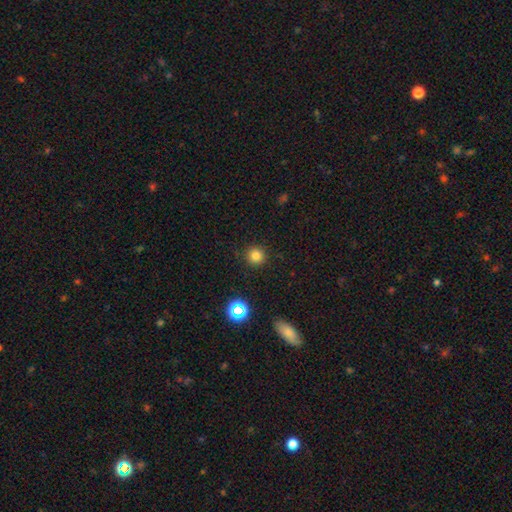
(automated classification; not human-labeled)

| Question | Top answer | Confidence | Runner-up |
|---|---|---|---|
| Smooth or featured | smooth | 79% | star or artifact (16%) |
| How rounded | round | 95% | in between (4%) |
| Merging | none | 90% | minor disturbance (6%) |